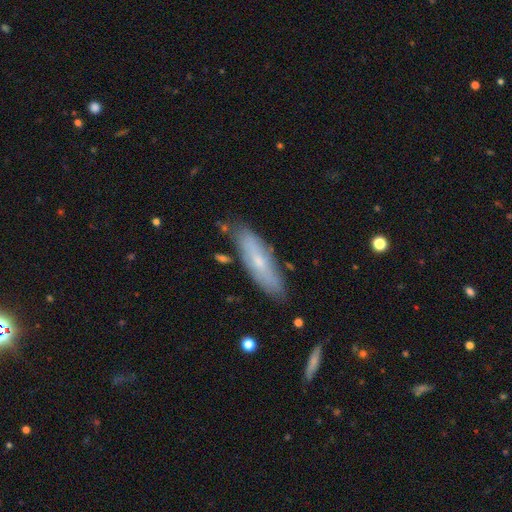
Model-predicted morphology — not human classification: type=smooth (48%); merging=none (79%).